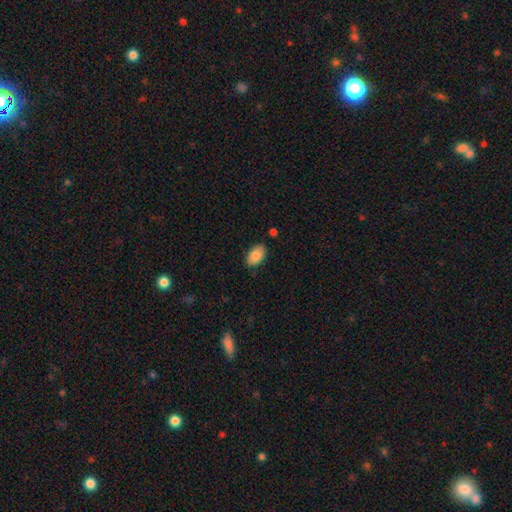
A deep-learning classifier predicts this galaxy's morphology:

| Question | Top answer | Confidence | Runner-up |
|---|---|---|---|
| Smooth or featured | smooth | 85% | featured or disk (9%) |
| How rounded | in between | 92% | round (7%) |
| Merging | none | 84% | minor disturbance (12%) |